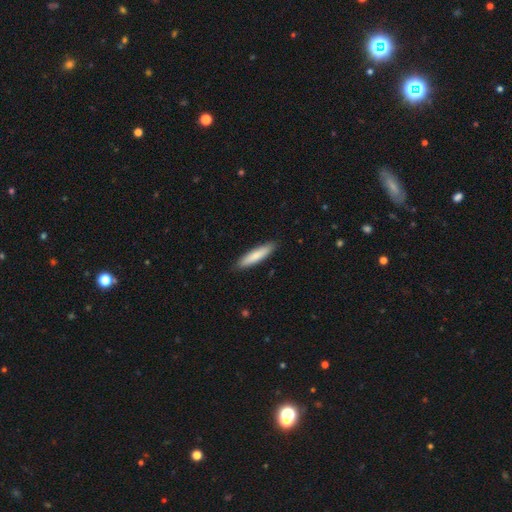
A smooth galaxy with no disk features (79%) that is cigar-shaped (87%). Merging: none (95%).